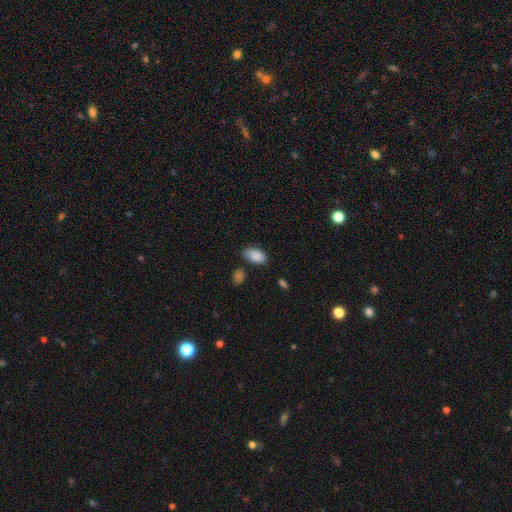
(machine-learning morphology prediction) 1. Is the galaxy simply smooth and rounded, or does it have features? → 88% smooth, 7% star or artifact, 5% featured or disk.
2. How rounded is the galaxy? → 94% in between, 4% round, 2% cigar-shaped.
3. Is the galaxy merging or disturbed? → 70% none, 20% minor disturbance, 5% merger, 4% major disturbance.